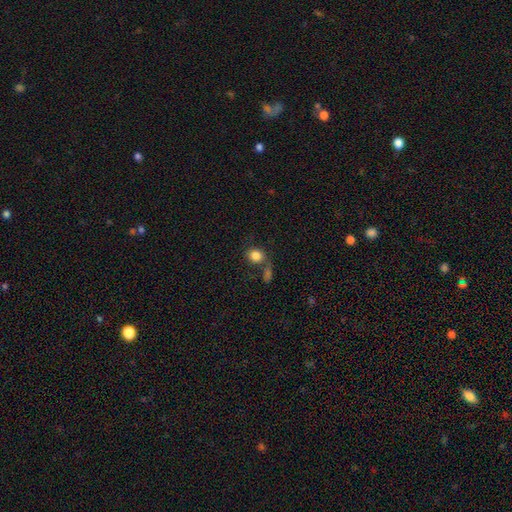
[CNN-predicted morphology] This is clearly a smooth galaxy (84%). How rounded: likely round (67%). Merging: possibly none (56%).